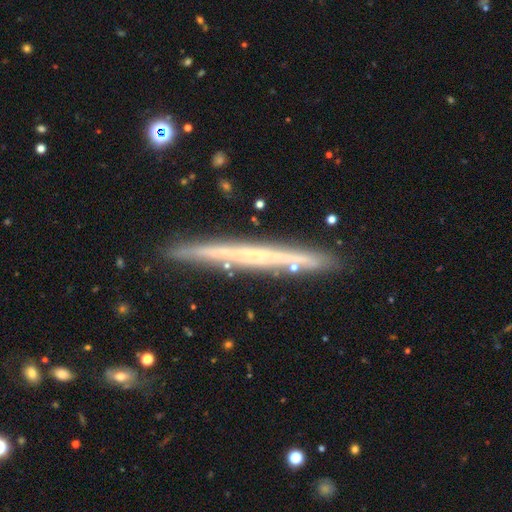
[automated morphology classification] A featured or disk galaxy (65%) viewed edge-on (95%) with no central bulge (89%).

Vote fractions:
- Smooth or featured? featured or disk: 65% / smooth: 28% / star or artifact: 7%
- Edge-on disk? yes: 95% / no: 5%
- Edge-on bulge? none: 89% / rounded: 8% / boxy: 4%
- Merging? none: 87% / minor disturbance: 10% / merger: 2% / major disturbance: 2%